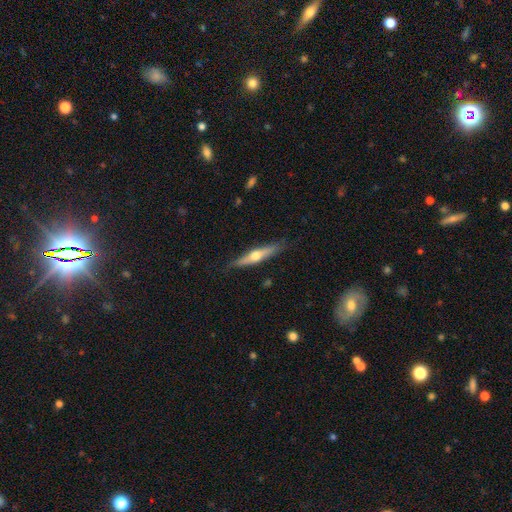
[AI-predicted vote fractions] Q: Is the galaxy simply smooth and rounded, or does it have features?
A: featured or disk — 58%.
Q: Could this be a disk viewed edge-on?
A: yes — 95%.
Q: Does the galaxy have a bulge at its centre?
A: rounded — 92%.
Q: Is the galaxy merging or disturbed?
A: none — 85%.